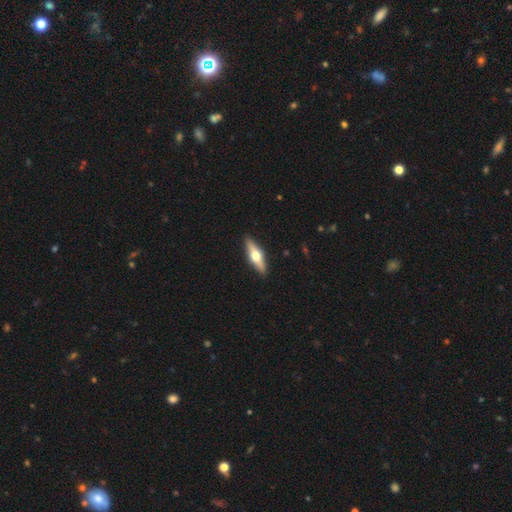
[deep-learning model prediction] A featured or disk galaxy (56%) viewed edge-on (94%) with a rounded central bulge (95%).

Vote fractions:
- Smooth or featured? featured or disk: 56% / smooth: 39% / star or artifact: 5%
- Edge-on disk? yes: 94% / no: 6%
- Edge-on bulge? rounded: 95% / boxy: 3% / none: 2%
- Merging? none: 91% / minor disturbance: 7% / major disturbance: 1% / merger: 1%